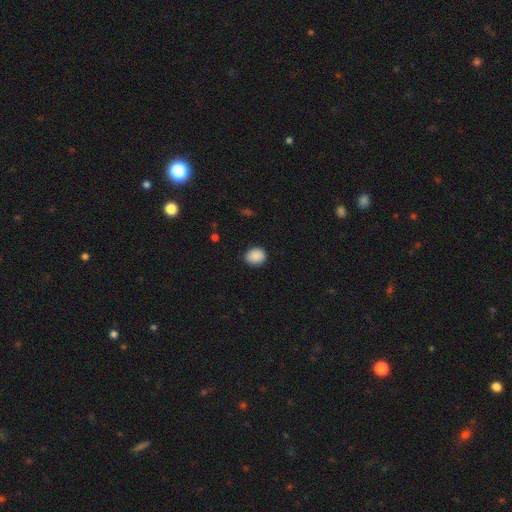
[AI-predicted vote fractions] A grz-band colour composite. It shows a smooth galaxy with no disk features (89%) that is round (66%). Merging: none (85%).